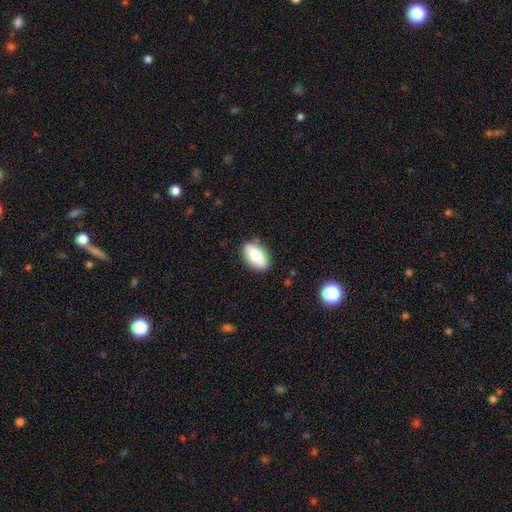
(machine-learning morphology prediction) type=smooth (71%); roundness=in between (81%); merging=none (84%).